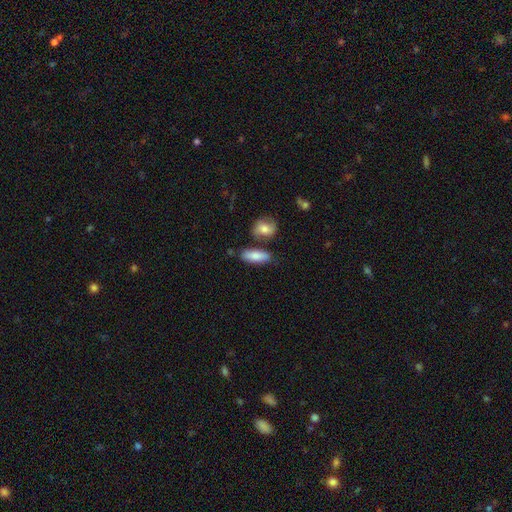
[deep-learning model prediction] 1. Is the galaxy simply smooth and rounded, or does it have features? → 78% smooth, 16% featured or disk, 6% star or artifact.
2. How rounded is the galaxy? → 63% in between, 34% cigar-shaped, 3% round.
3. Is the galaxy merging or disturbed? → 67% none, 15% minor disturbance, 15% merger, 4% major disturbance.